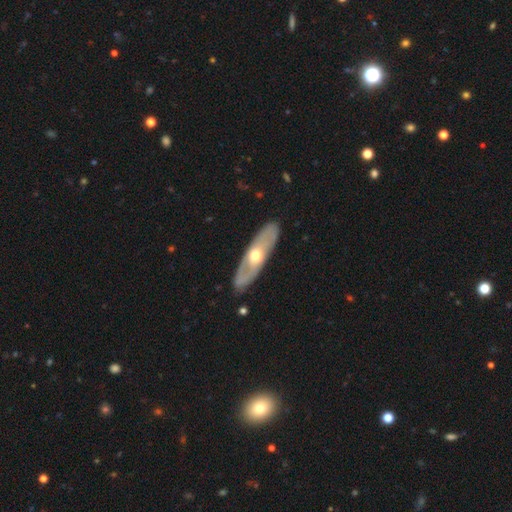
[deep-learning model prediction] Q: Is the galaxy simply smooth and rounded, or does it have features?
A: featured or disk — 61%.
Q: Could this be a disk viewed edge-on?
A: no — 63%.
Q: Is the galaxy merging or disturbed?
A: none — 85%.